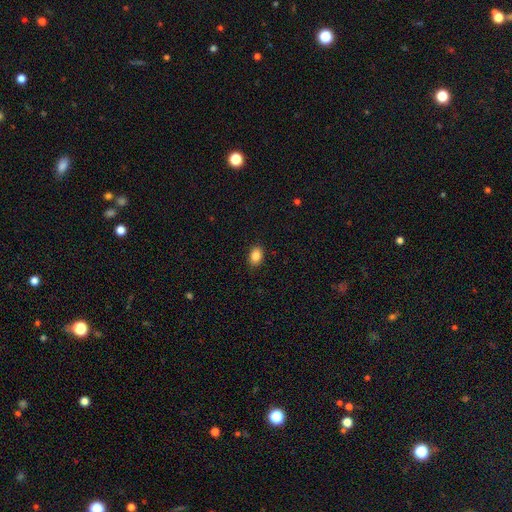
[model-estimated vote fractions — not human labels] This appears to be a smooth galaxy with no disk features (87%) that is in between round and cigar-shaped (79%). Merging: none (89%).